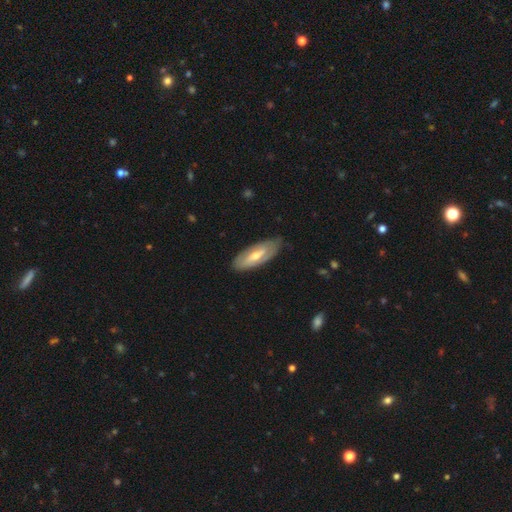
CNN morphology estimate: smooth-or-featured: featured or disk: 59% | smooth: 35% | star or artifact: 5%
  disk-edge-on: no: 79% | yes: 21%
  merging: none: 79% | minor disturbance: 16% | major disturbance: 3% | merger: 1%